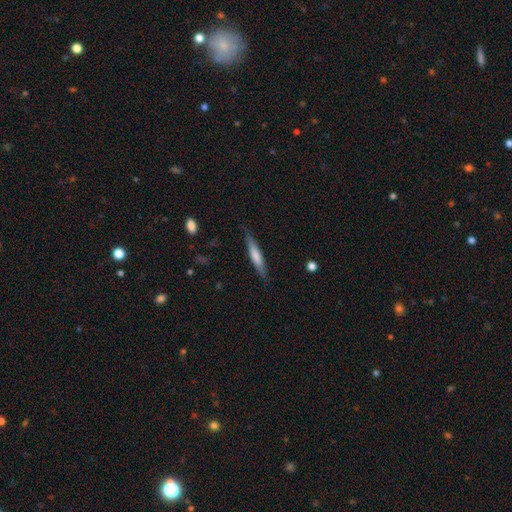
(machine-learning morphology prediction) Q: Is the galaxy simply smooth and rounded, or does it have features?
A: smooth — 61%.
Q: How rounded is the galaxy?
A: cigar-shaped — 89%.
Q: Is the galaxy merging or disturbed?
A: none — 81%.